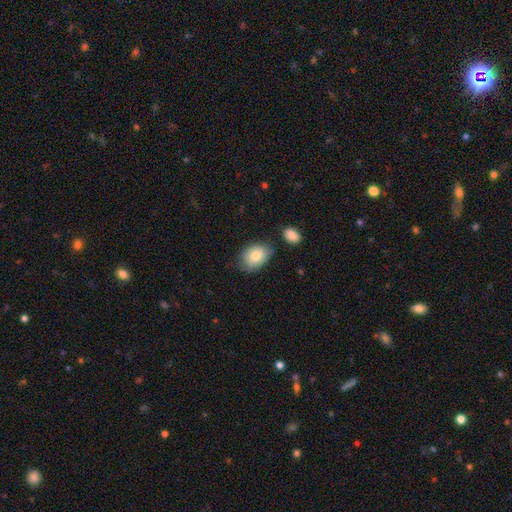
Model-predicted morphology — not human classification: Smooth or featured? Predicted: smooth (p=0.79). How rounded? Predicted: in between (p=0.71). Merging? Predicted: none (p=0.63).